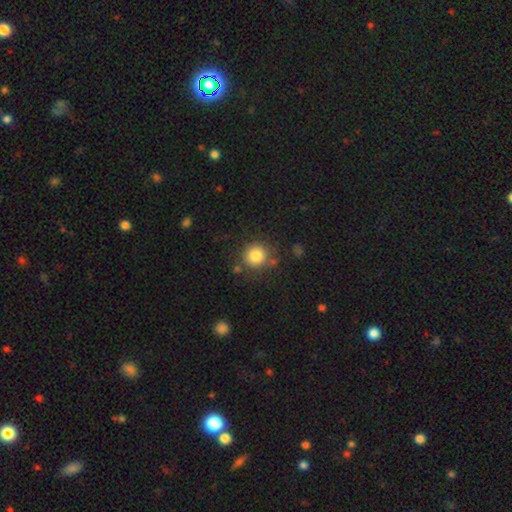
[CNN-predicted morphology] smooth-or-featured: smooth: 83% | star or artifact: 10% | featured or disk: 7%
  how-rounded: round: 89% | in between: 10% | cigar-shaped: 1%
  merging: none: 77% | minor disturbance: 13% | merger: 5% | major disturbance: 5%